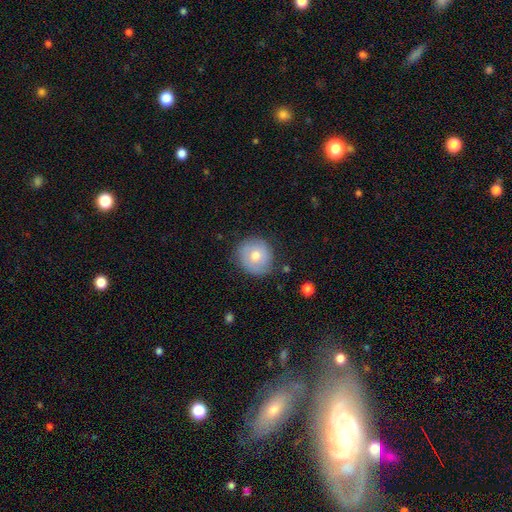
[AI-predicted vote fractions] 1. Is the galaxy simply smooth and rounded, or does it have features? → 64% smooth, 28% featured or disk, 8% star or artifact.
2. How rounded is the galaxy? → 89% round, 10% in between, 1% cigar-shaped.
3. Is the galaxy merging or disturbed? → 80% none, 15% minor disturbance, 3% major disturbance, 2% merger.